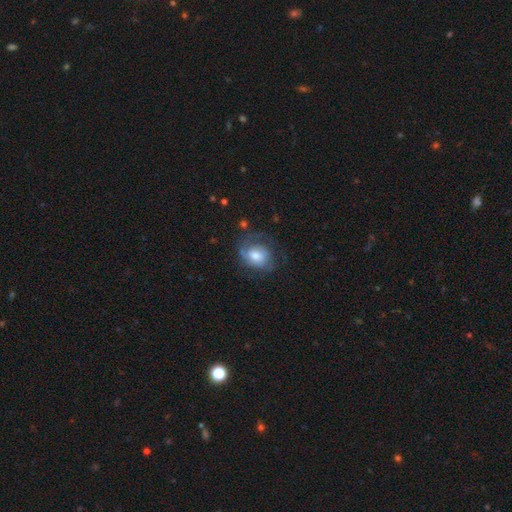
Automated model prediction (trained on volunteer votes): Smooth or featured? featured or disk (58%)
Edge-on disk? no (97%)
Bar? no (59%)
Spiral arms? yes (84%)
Bulge size? moderate (59%)
Merging? none (59%)